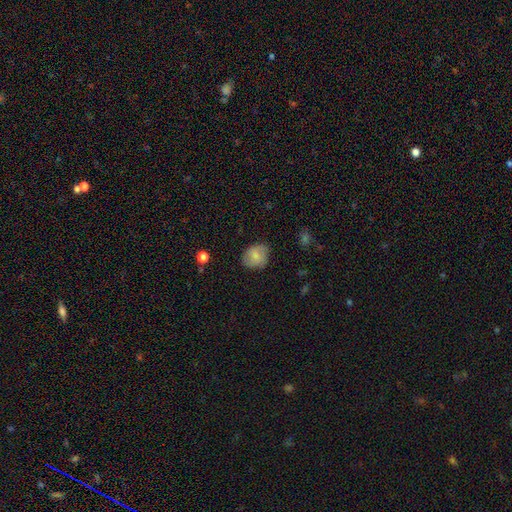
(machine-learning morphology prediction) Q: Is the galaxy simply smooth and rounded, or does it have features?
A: smooth — 74%.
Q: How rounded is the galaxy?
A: round — 52%.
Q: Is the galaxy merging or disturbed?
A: none — 73%.